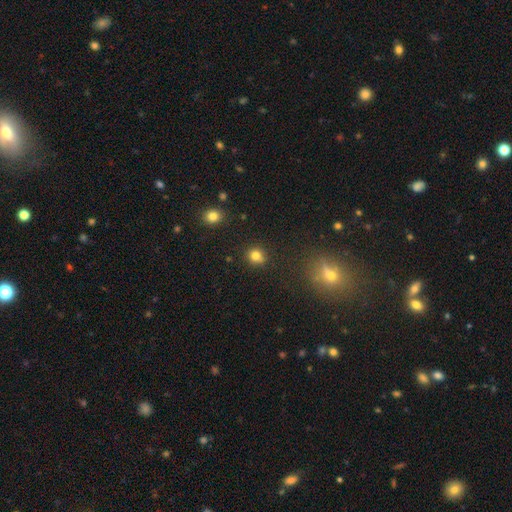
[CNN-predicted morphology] The model was most divided on "smooth or featured": smooth: 79%, star or artifact: 14%, featured or disk: 7%. More confident: how rounded — round (87%); merging — none (76%).